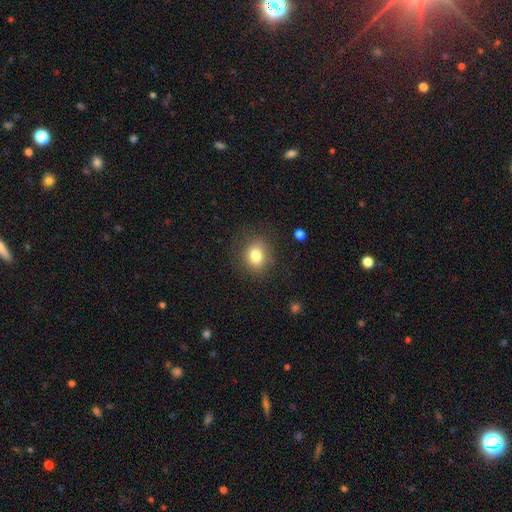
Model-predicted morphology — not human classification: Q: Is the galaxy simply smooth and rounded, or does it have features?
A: smooth — 80%.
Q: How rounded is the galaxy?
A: round — 71%.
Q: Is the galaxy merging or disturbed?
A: none — 83%.